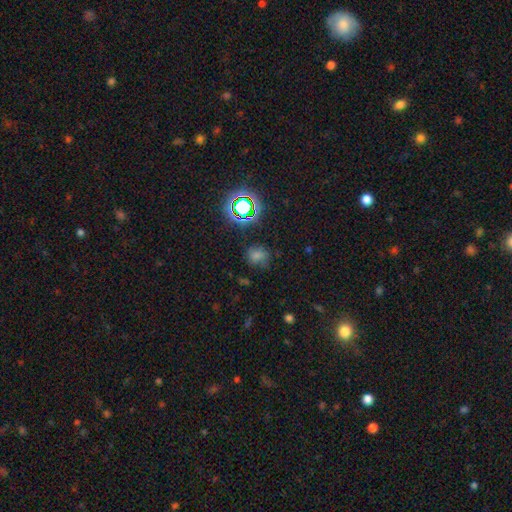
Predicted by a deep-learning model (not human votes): smooth 56%, star or artifact 34%, featured or disk 9%. Down the decision tree: how rounded — round (61%); merging — none (70%).